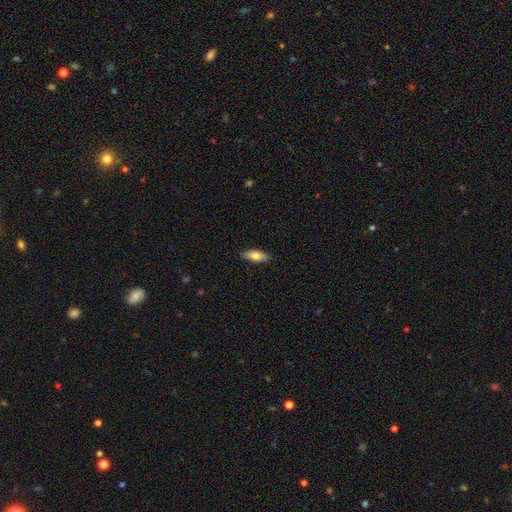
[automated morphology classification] Smooth or featured? smooth (75%)
How rounded? in between (77%)
Merging? none (89%)